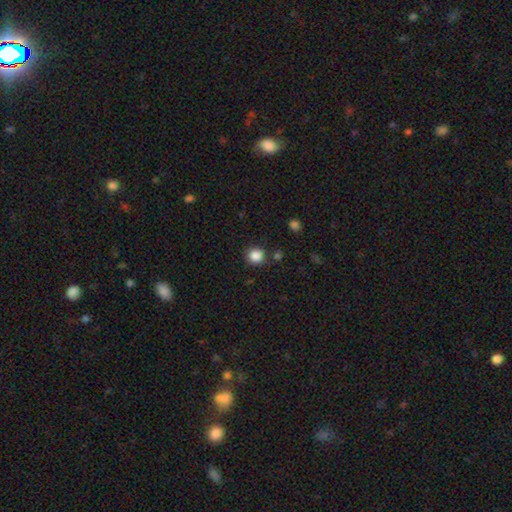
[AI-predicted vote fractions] Smooth or featured? smooth (86%)
How rounded? round (91%)
Merging? none (86%)